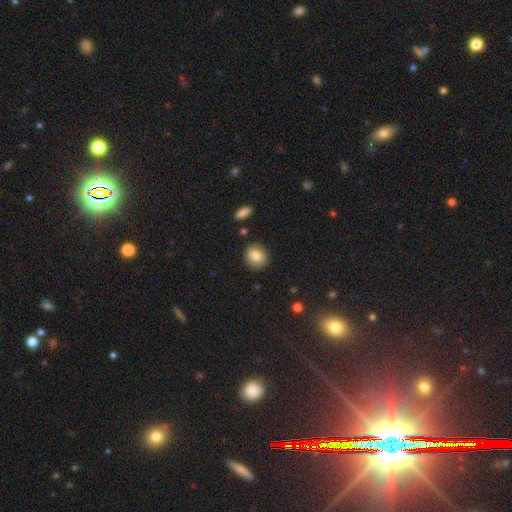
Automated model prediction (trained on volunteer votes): This is clearly a smooth galaxy (82%). How rounded: clearly round (83%). Merging: clearly none (87%).